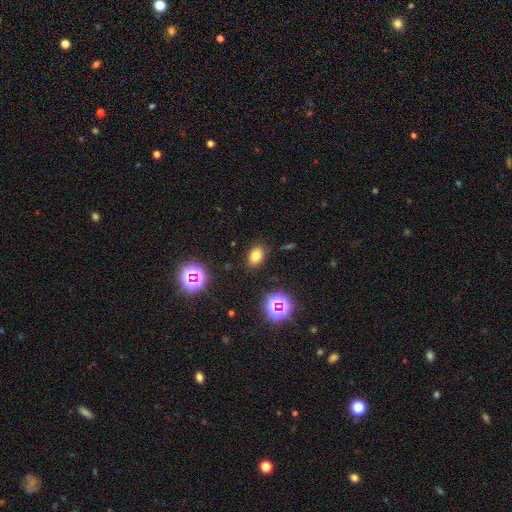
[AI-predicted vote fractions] smooth_or_featured: smooth (p=0.73) [alt: star or artifact p=0.18]
how_rounded: in between (p=0.74) [alt: round p=0.25]
merging: none (p=0.85) [alt: minor disturbance p=0.10]